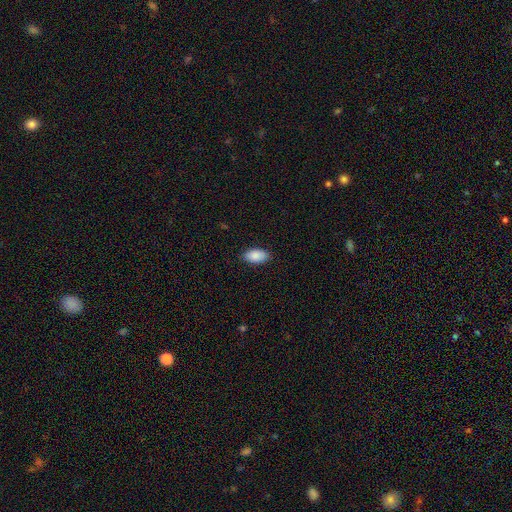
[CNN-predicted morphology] smooth-or-featured: smooth: 89% | star or artifact: 7% | featured or disk: 4%
  how-rounded: in between: 94% | round: 4% | cigar-shaped: 2%
  merging: none: 87% | minor disturbance: 10% | major disturbance: 2% | merger: 1%